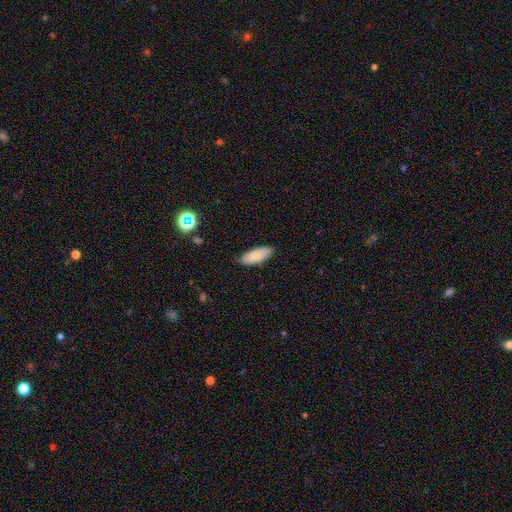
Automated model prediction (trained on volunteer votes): A smooth galaxy with no disk features (86%) that is in between round and cigar-shaped (78%). Merging: none (80%).